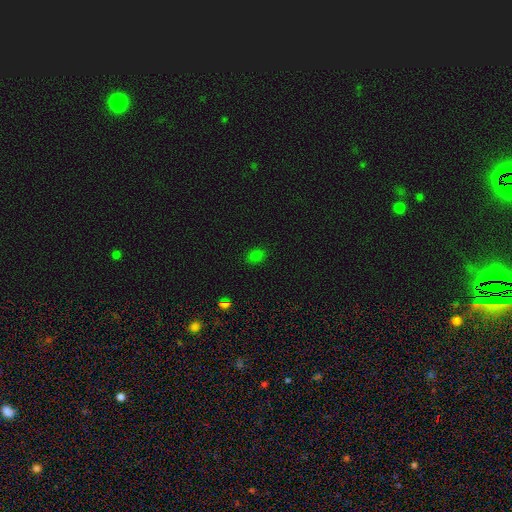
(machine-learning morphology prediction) This appears to be a smooth galaxy with no disk features (77%) that is in between round and cigar-shaped (75%). Merging: none (84%).